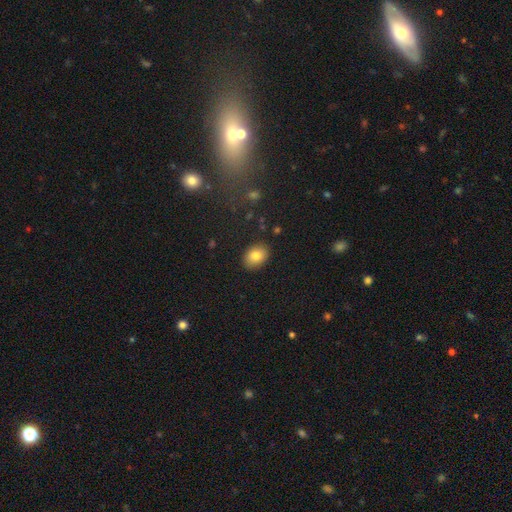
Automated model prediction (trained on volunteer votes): Smooth or featured? Predicted: smooth (p=0.83). How rounded? Predicted: in between (p=0.73). Merging? Predicted: none (p=0.88).